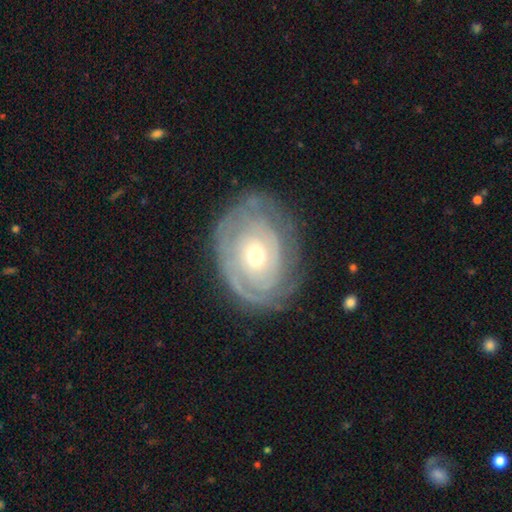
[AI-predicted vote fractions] smooth-or-featured: featured or disk: 81% | smooth: 14% | star or artifact: 5%
  disk-edge-on: no: 96% | yes: 4%
    bar: no: 77% | weak: 18% | strong: 5%
    has-spiral-arms: yes: 87% | no: 13%
      spiral-winding: tight: 79% | medium: 16% | loose: 5%
      spiral-arm-count: can't tell: 44% | 2: 22% | 3: 14% | 1: 8% | 4: 7% | more than 4: 5%
    bulge-size: moderate: 55% | small: 40% | large: 3% | dominant: 1% | none: 1%
  merging: none: 73% | minor disturbance: 18% | major disturbance: 7% | merger: 1%